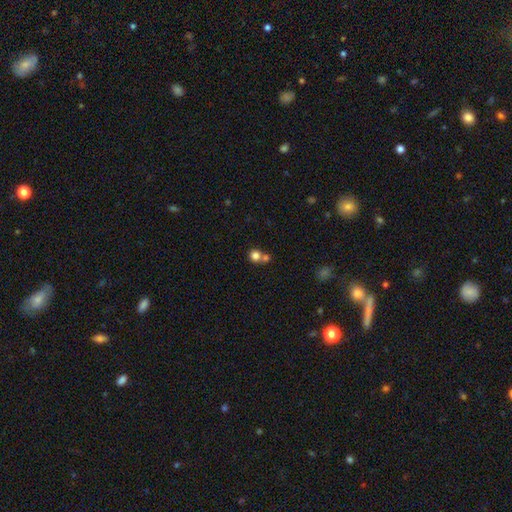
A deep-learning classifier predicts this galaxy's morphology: smooth-or-featured: smooth: 80% | star or artifact: 12% | featured or disk: 8%
  how-rounded: round: 88% | in between: 11% | cigar-shaped: 1%
  merging: none: 50% | merger: 41% | minor disturbance: 6% | major disturbance: 3%